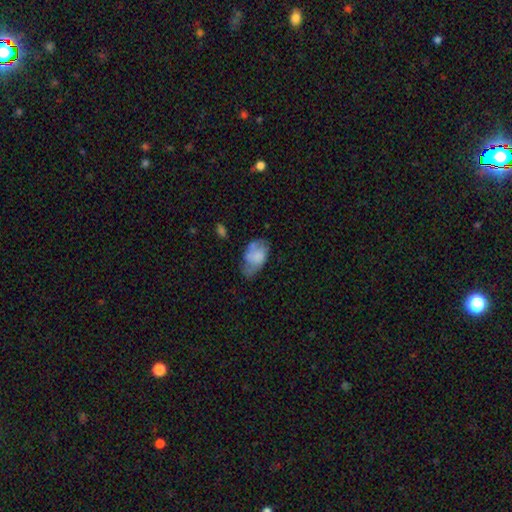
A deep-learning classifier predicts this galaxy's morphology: The model was most divided on "merging": none: 40%, minor disturbance: 35%, major disturbance: 19%, merger: 6%. More confident: how rounded — in between (90%); smooth or featured — smooth (63%).